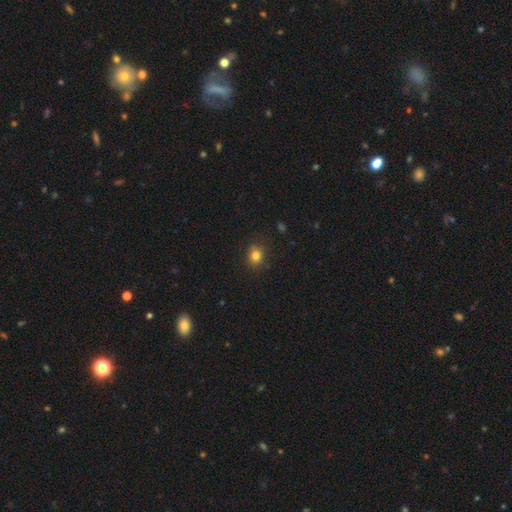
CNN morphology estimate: smooth_or_featured: smooth (p=0.81) [alt: star or artifact p=0.12]
how_rounded: round (p=0.65) [alt: in between p=0.34]
merging: none (p=0.79) [alt: minor disturbance p=0.16]